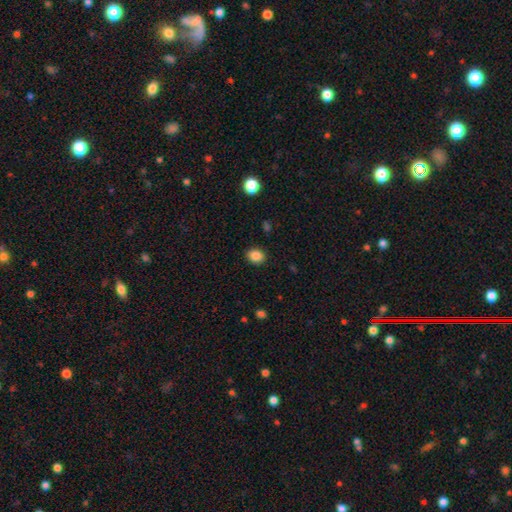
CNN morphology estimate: smooth 86%, star or artifact 10%, featured or disk 4%. Down the decision tree: how rounded — round (60%); merging — none (90%).